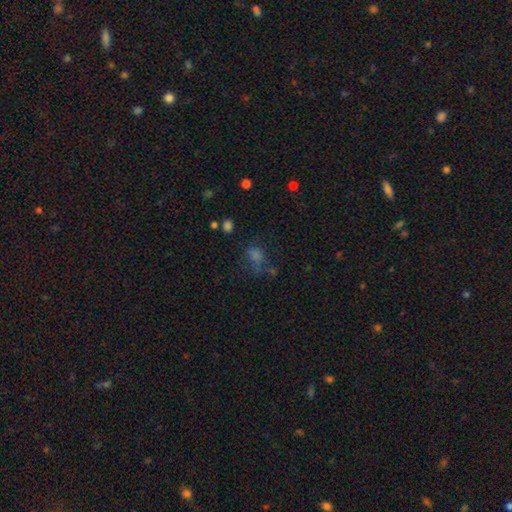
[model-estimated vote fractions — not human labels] This appears to be a smooth galaxy with no disk features (53%) that is in between round and cigar-shaped (52%). Merging: none (51%).